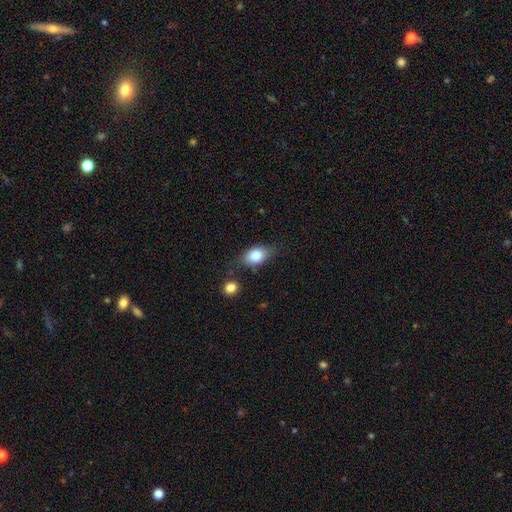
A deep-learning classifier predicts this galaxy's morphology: Smooth or featured: smooth — 81% (featured or disk — 12%)
How rounded: in between — 81% (round — 16%)
Merging: none — 68% (minor disturbance — 20%)